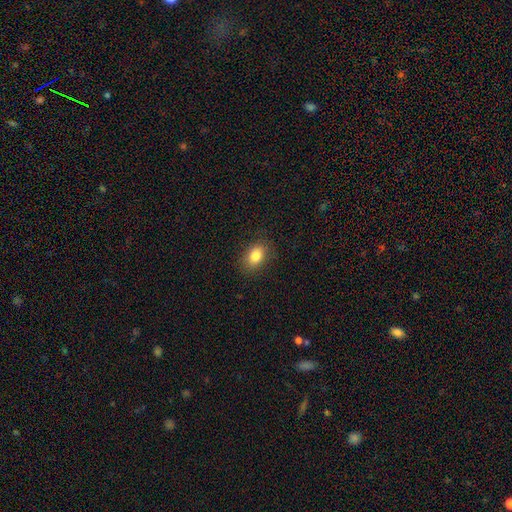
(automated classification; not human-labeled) This appears to be a smooth galaxy with no disk features (84%) that is in between round and cigar-shaped (78%). Merging: none (85%).